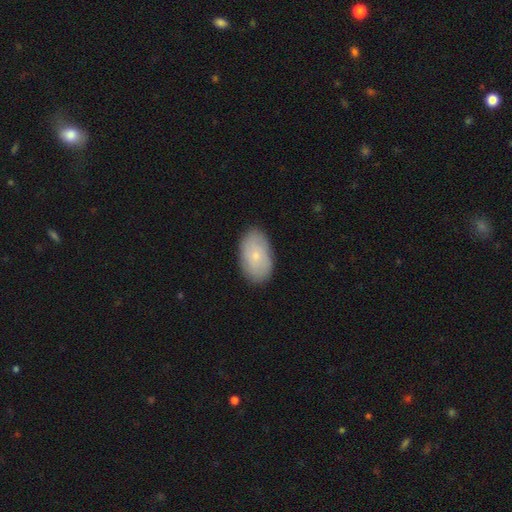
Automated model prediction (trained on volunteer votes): This appears to be a smooth galaxy with no disk features (73%) that is in between round and cigar-shaped (92%). Merging: none (87%).